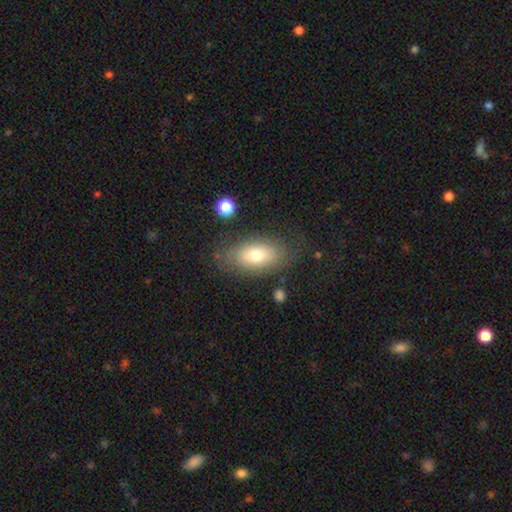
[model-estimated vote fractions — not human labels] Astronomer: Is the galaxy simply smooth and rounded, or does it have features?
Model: smooth — 70%.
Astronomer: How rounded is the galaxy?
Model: in between — 89%.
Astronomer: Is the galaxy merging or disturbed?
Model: none — 74%.